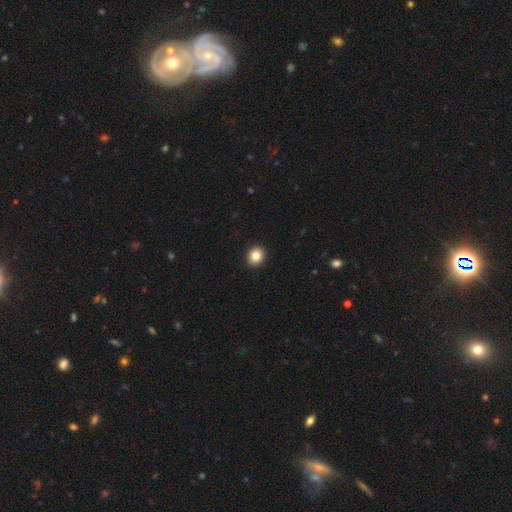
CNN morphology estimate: Smooth or featured: smooth — 85% (star or artifact — 10%)
How rounded: round — 78% (in between — 21%)
Merging: none — 93% (minor disturbance — 5%)